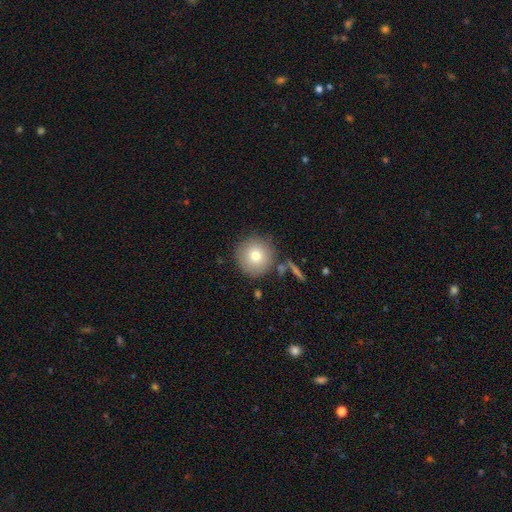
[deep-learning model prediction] A smooth galaxy with no disk features (77%) that is round (95%). Merging: none (83%).